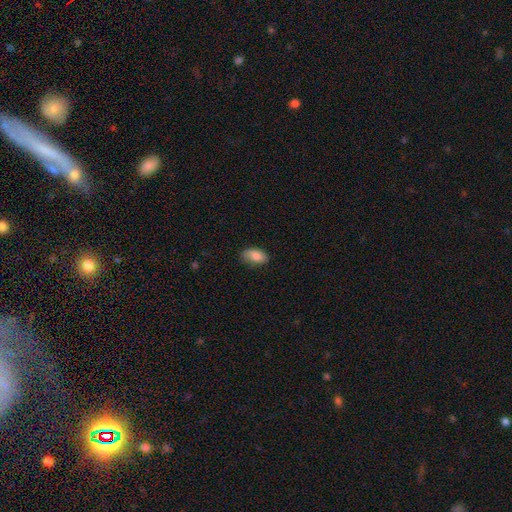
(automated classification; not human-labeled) The model was most divided on "merging": none: 73%, minor disturbance: 22%, major disturbance: 4%, merger: 1%. More confident: how rounded — in between (93%); smooth or featured — smooth (82%).